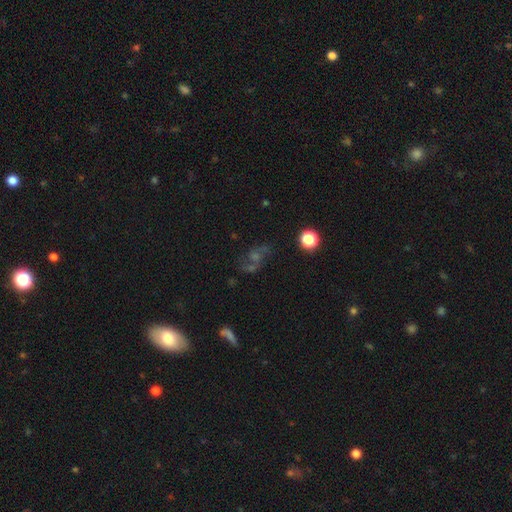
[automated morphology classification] smooth-or-featured: featured or disk: 44% | star or artifact: 30% | smooth: 26%
  merging: none: 58% | minor disturbance: 16% | major disturbance: 15% | merger: 12%